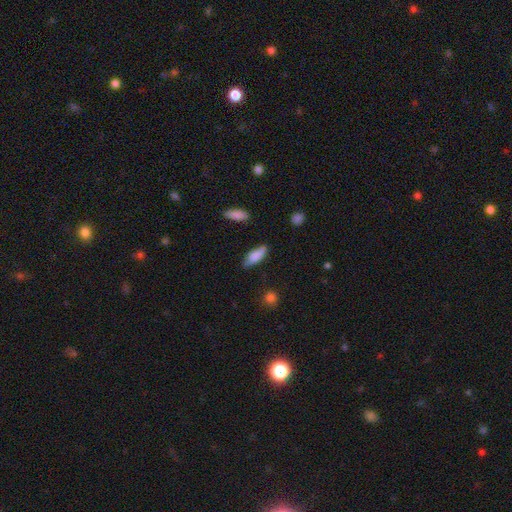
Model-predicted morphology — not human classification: The model was most divided on "how rounded": in between: 69%, cigar-shaped: 29%, round: 2%. More confident: smooth or featured — smooth (79%); merging — none (72%).